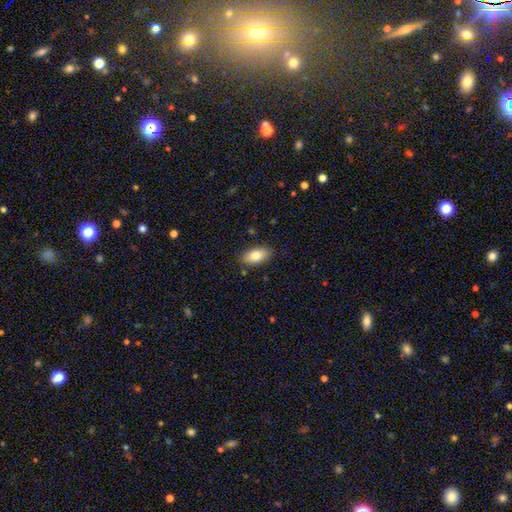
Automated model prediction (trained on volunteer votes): smooth_or_featured: smooth (p=0.81) [alt: featured or disk p=0.12]
how_rounded: in between (p=0.91) [alt: cigar-shaped p=0.05]
merging: none (p=0.86) [alt: minor disturbance p=0.11]